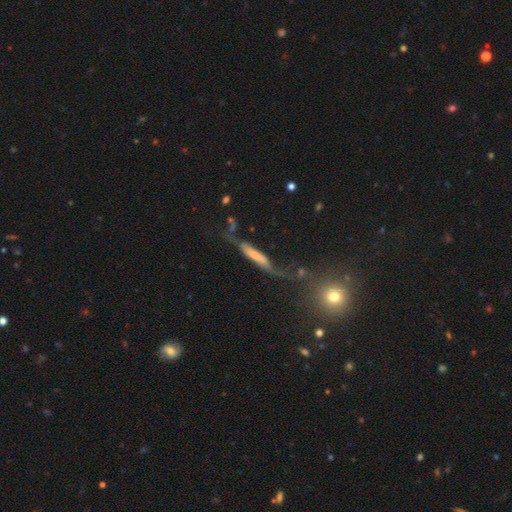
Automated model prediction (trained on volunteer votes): Smooth or featured: featured or disk — 49% (smooth — 42%)
Merging: none — 37% (major disturbance — 26%)